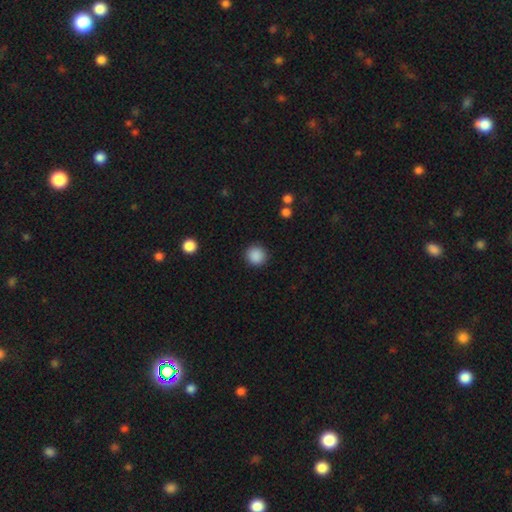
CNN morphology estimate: Smooth or featured: smooth — 88% (star or artifact — 9%)
How rounded: round — 94% (in between — 5%)
Merging: none — 91% (minor disturbance — 5%)